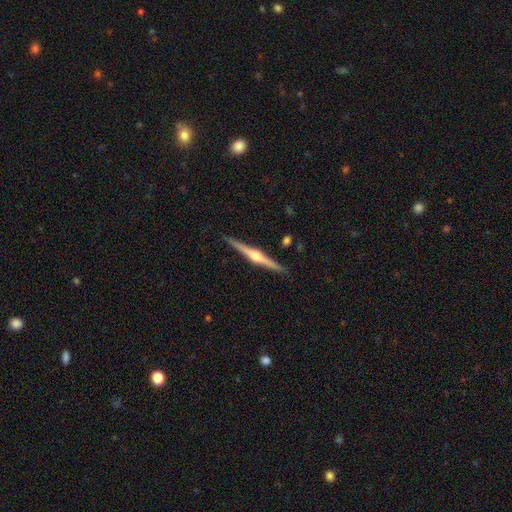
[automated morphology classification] Smooth or featured: featured or disk — 82% (smooth — 13%)
Edge-on disk: yes — 99% (no — 1%)
Edge-on bulge: rounded — 93% (boxy — 4%)
Merging: none — 91% (minor disturbance — 6%)